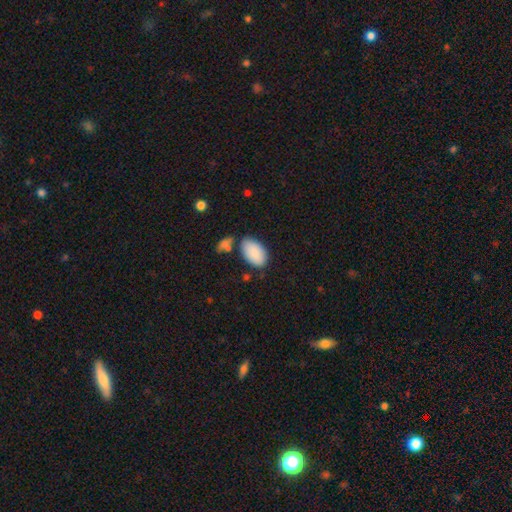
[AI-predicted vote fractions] This is clearly a smooth galaxy (87%). How rounded: clearly in between (94%). Merging: likely none (67%).